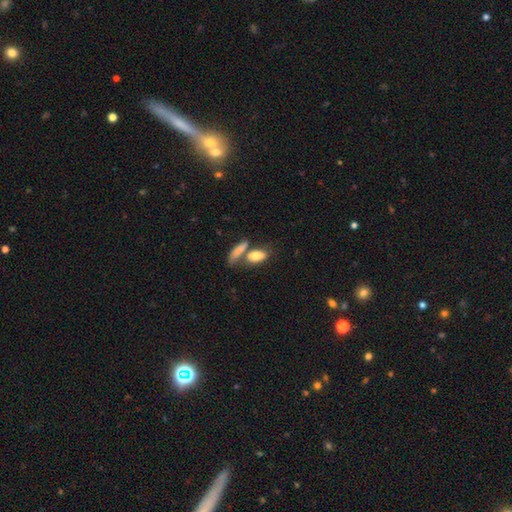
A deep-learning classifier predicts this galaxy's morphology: Smooth or featured?
  - smooth: 77% *
  - featured or disk: 16%
  - star or artifact: 7%
How rounded?
  - in between: 85% *
  - cigar-shaped: 9%
  - round: 6%
Merging?
  - none: 43% *
  - merger: 38%
  - minor disturbance: 13%
  - major disturbance: 6%